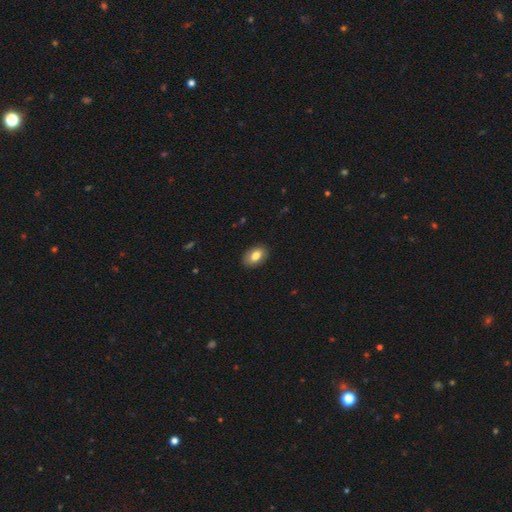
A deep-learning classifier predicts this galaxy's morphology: Q: Smooth or featured?
A: smooth (81%); runner-up: featured or disk (12%)
Q: How rounded?
A: in between (90%); runner-up: round (8%)
Q: Merging?
A: none (88%); runner-up: minor disturbance (9%)